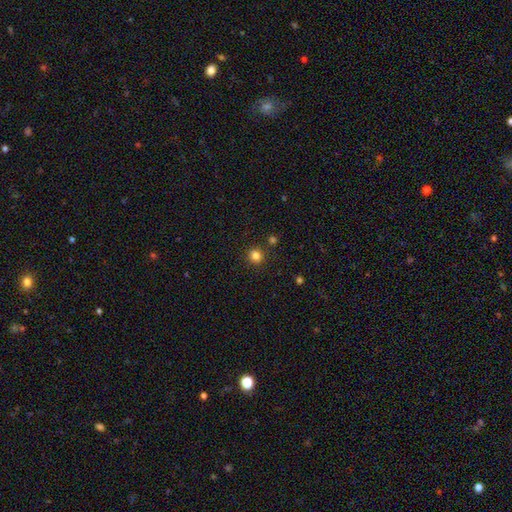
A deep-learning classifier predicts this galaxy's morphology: A smooth galaxy with no disk features (82%) that is round (94%). Merging: none (88%).